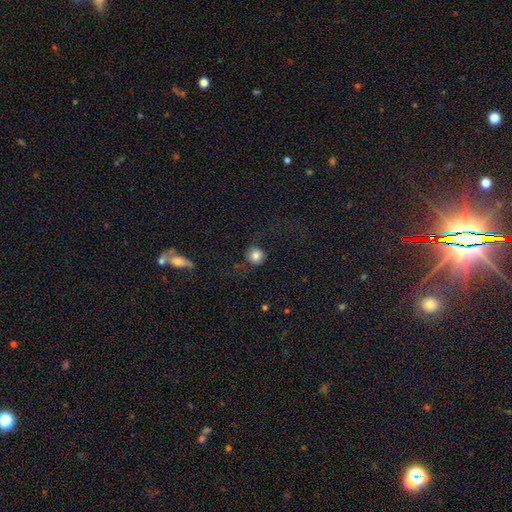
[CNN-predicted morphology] Q: Smooth or featured?
A: smooth (81%); runner-up: star or artifact (10%)
Q: How rounded?
A: round (91%); runner-up: in between (8%)
Q: Merging?
A: none (74%); runner-up: minor disturbance (13%)